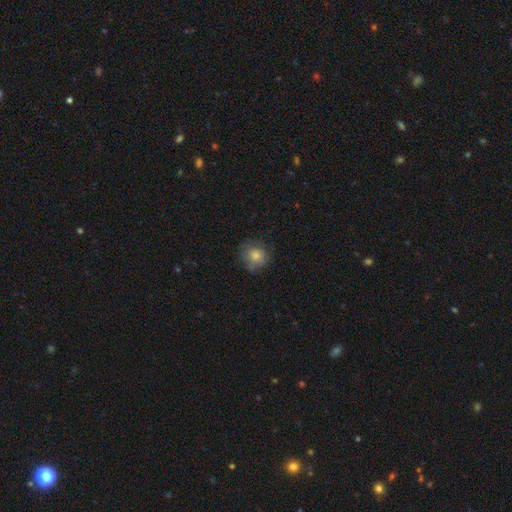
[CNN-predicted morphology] A smooth galaxy with no disk features (80%) that is round (86%).

Vote fractions:
- Smooth or featured? smooth: 80% / featured or disk: 11% / star or artifact: 9%
- How rounded? round: 86% / in between: 13% / cigar-shaped: 1%
- Merging? none: 72% / minor disturbance: 20% / major disturbance: 6% / merger: 1%